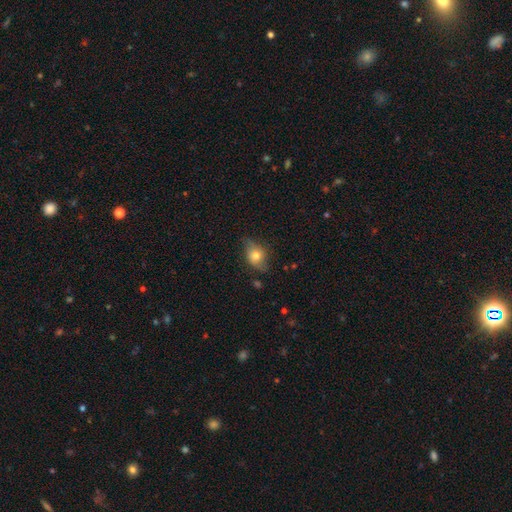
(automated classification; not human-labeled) Smooth or featured?
  - smooth: 65% *
  - featured or disk: 26%
  - star or artifact: 9%
How rounded?
  - in between: 66% *
  - round: 31%
  - cigar-shaped: 3%
Merging?
  - none: 63% *
  - minor disturbance: 28%
  - major disturbance: 8%
  - merger: 2%